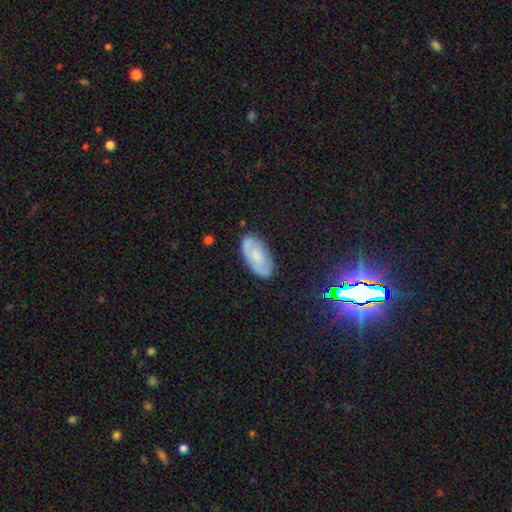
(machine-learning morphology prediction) Smooth or featured? Predicted: smooth (p=0.51). How rounded? Predicted: in between (p=0.92). Merging? Predicted: none (p=0.78).